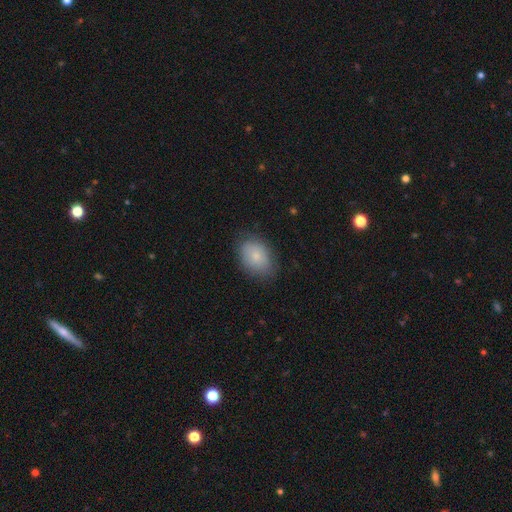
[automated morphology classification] This appears to be a smooth galaxy with no disk features (80%) that is in between round and cigar-shaped (78%). Merging: none (79%).